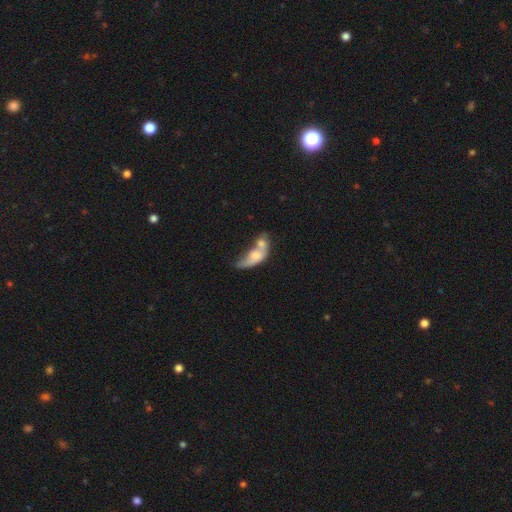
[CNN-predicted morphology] Overall: smooth (57%; featured or disk 35%). How rounded: in between (75%). Merging: merger (62%).